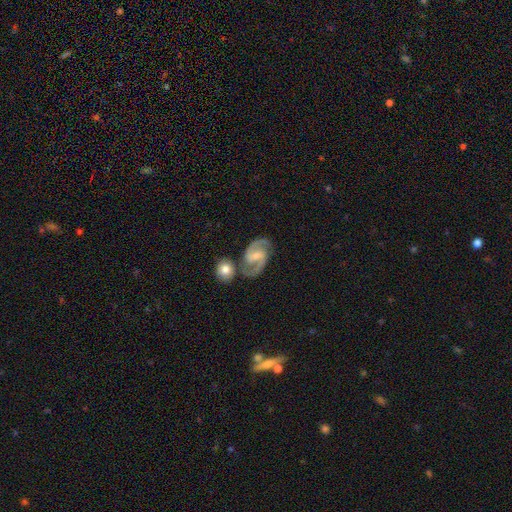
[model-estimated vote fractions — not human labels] Overall: featured or disk (90%). Edge-on disk: no (98%). Bar: weak (51%; no 28%). Spiral arms: yes (98%). Spiral arm count: 2 (93%). Spiral winding: medium (64%). Bulge size: small (55%; moderate 39%). Merging: none (68%).